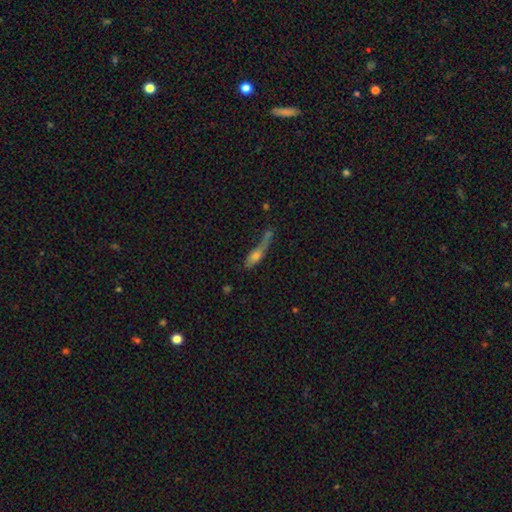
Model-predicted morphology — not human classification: Overall: smooth (58%; featured or disk 31%). How rounded: cigar-shaped (55%; in between 40%). Merging: none (30%; merger 25%).